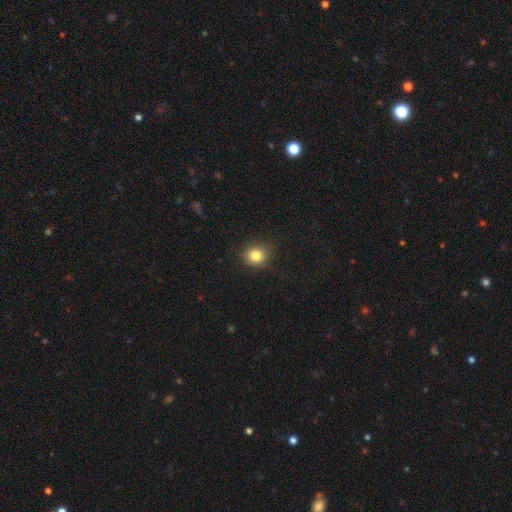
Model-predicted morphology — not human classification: Smooth or featured: smooth — 82% (star or artifact — 12%)
How rounded: round — 81% (in between — 18%)
Merging: none — 86% (minor disturbance — 10%)